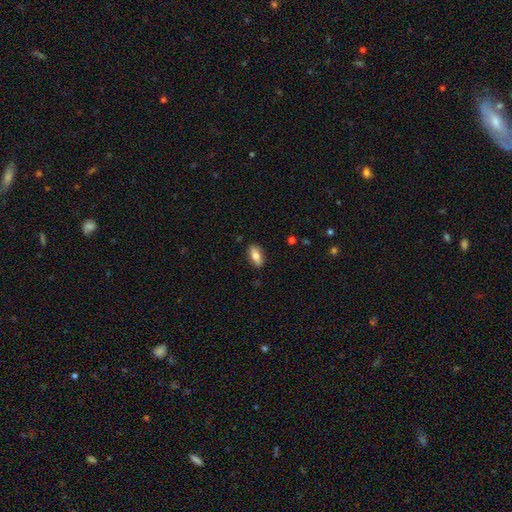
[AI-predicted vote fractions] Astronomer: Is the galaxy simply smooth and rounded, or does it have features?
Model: smooth — 74%.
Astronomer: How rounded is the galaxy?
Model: in between — 83%.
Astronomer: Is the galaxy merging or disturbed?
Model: none — 86%.